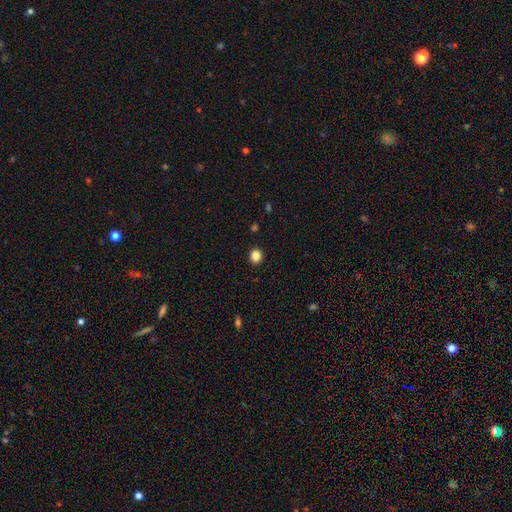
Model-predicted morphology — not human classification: Smooth or featured? Predicted: smooth (p=0.85). How rounded? Predicted: round (p=0.79). Merging? Predicted: none (p=0.92).